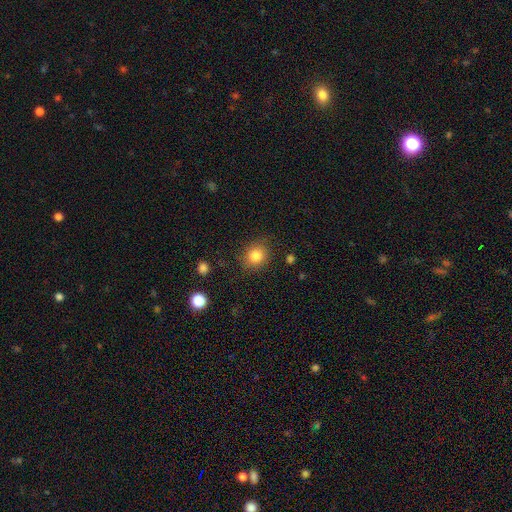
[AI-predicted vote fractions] A smooth galaxy with no disk features (84%) that is round (74%).

Vote fractions:
- Smooth or featured? smooth: 84% / star or artifact: 10% / featured or disk: 6%
- How rounded? round: 74% / in between: 25% / cigar-shaped: 1%
- Merging? none: 83% / minor disturbance: 12% / major disturbance: 4% / merger: 2%